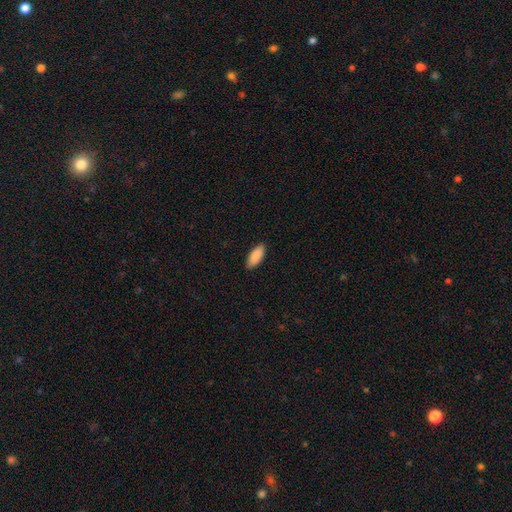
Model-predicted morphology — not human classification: Smooth or featured: smooth — 90% (star or artifact — 6%)
How rounded: in between — 85% (cigar-shaped — 13%)
Merging: none — 90% (minor disturbance — 8%)